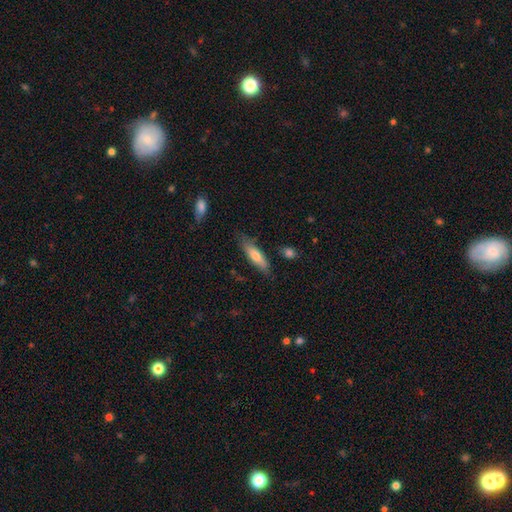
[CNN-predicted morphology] smooth-or-featured: smooth: 66% | featured or disk: 28% | star or artifact: 6%
  how-rounded: cigar-shaped: 64% | in between: 34% | round: 2%
  merging: none: 76% | minor disturbance: 18% | major disturbance: 4% | merger: 2%